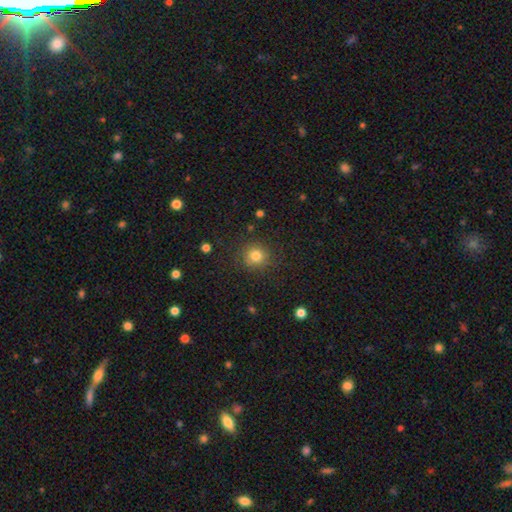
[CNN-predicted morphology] Q: Smooth or featured?
A: smooth (80%); runner-up: star or artifact (13%)
Q: How rounded?
A: round (91%); runner-up: in between (8%)
Q: Merging?
A: none (86%); runner-up: minor disturbance (9%)